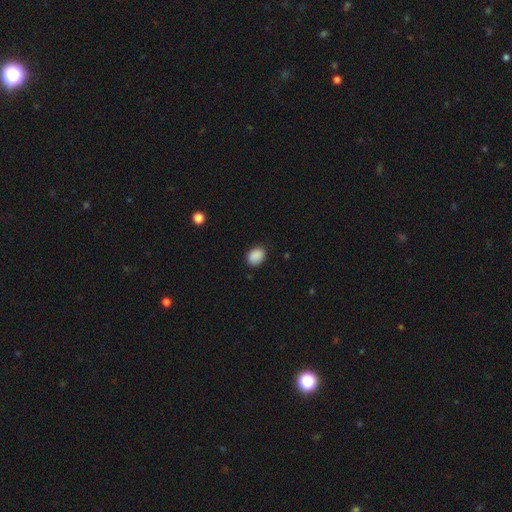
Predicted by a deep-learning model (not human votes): Smooth or featured?
  - smooth: 89% *
  - star or artifact: 8%
  - featured or disk: 3%
How rounded?
  - in between: 54% *
  - round: 45%
  - cigar-shaped: 1%
Merging?
  - none: 86% *
  - minor disturbance: 10%
  - major disturbance: 2%
  - merger: 1%